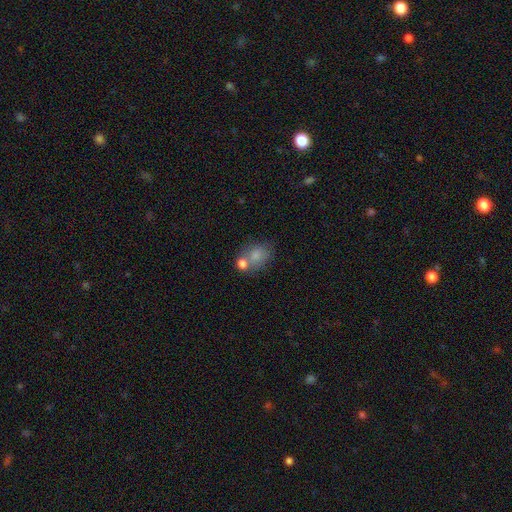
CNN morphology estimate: Smooth or featured? Predicted: smooth (p=0.78). How rounded? Predicted: round (p=0.52). Merging? Predicted: none (p=0.41).